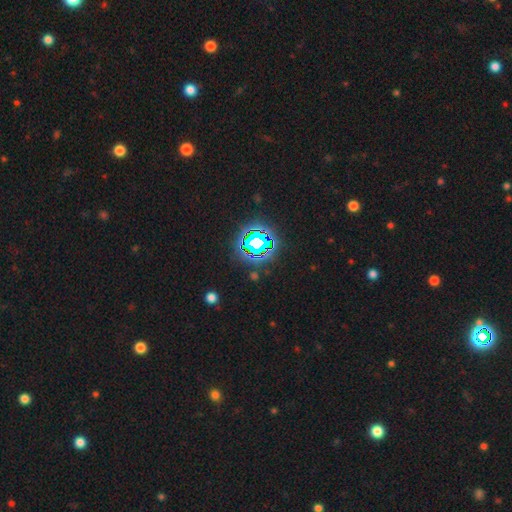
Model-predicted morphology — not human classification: A star or artifact, not a galaxy (80%).